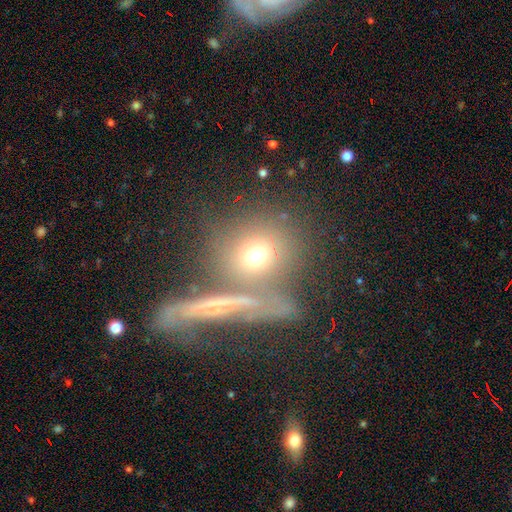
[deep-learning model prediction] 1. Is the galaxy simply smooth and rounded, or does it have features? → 58% smooth, 25% featured or disk, 17% star or artifact.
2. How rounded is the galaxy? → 81% round, 14% in between, 4% cigar-shaped.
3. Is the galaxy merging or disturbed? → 61% none, 19% merger, 12% minor disturbance, 8% major disturbance.